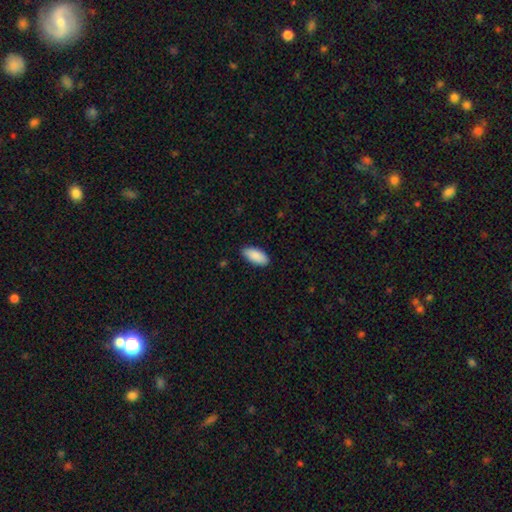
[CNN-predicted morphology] Overall: smooth (91%). How rounded: in between (90%). Merging: none (87%).